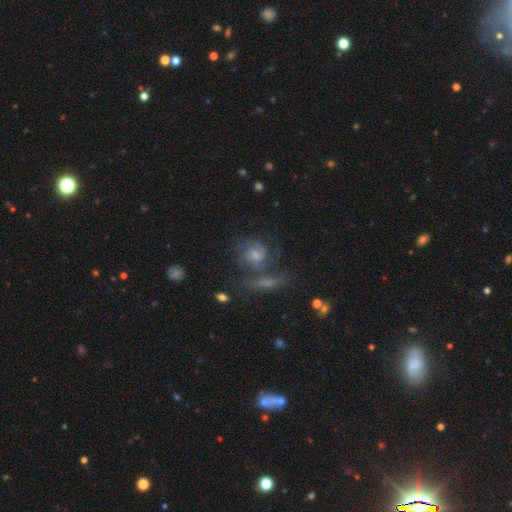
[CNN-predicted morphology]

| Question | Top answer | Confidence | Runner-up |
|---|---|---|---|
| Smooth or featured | featured or disk | 60% | smooth (27%) |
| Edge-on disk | no | 95% | yes (5%) |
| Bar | no | 63% | weak (31%) |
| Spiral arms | yes | 83% | no (17%) |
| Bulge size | moderate | 43% | small (37%) |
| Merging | none | 46% | merger (26%) |